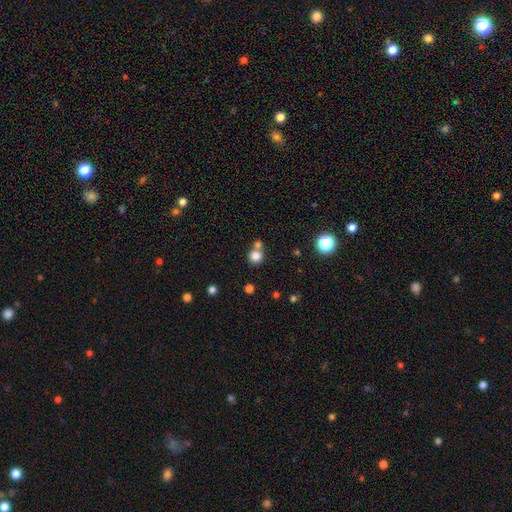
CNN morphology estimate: Smooth or featured? smooth (81%)
How rounded? round (91%)
Merging? none (59%)